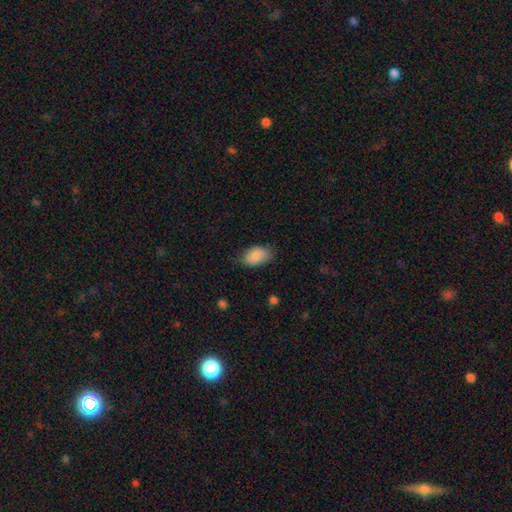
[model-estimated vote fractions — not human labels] A smooth galaxy with no disk features (88%) that is in between round and cigar-shaped (91%).

Vote fractions:
- Smooth or featured? smooth: 88% / star or artifact: 7% / featured or disk: 5%
- How rounded? in between: 91% / round: 8% / cigar-shaped: 2%
- Merging? none: 69% / minor disturbance: 24% / major disturbance: 5% / merger: 1%